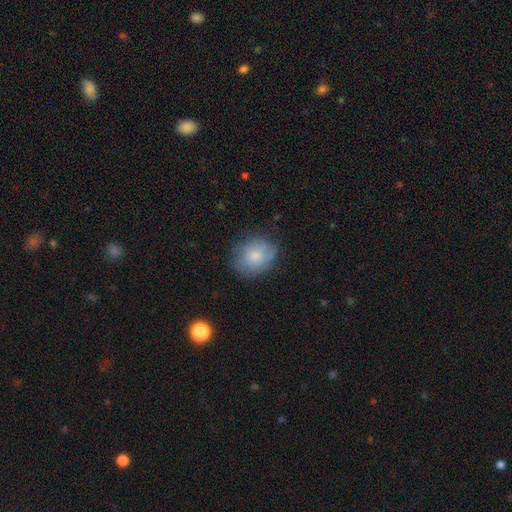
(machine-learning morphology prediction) smooth_or_featured: smooth (p=0.73) [alt: featured or disk p=0.19]
how_rounded: round (p=0.61) [alt: in between p=0.38]
merging: none (p=0.68) [alt: minor disturbance p=0.23]